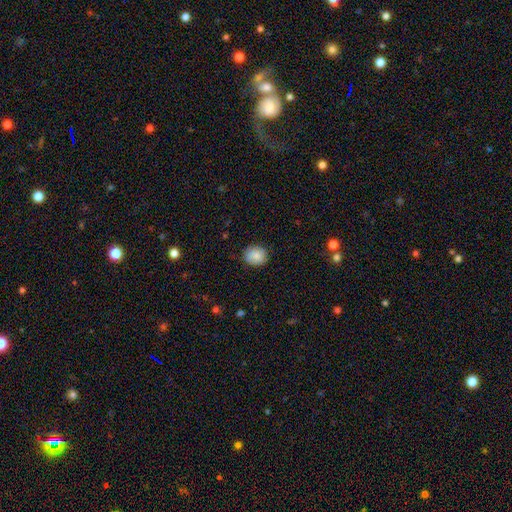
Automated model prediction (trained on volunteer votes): The model was most divided on "how rounded": round: 78%, in between: 21%, cigar-shaped: 1%. More confident: merging — none (86%); smooth or featured — smooth (86%).